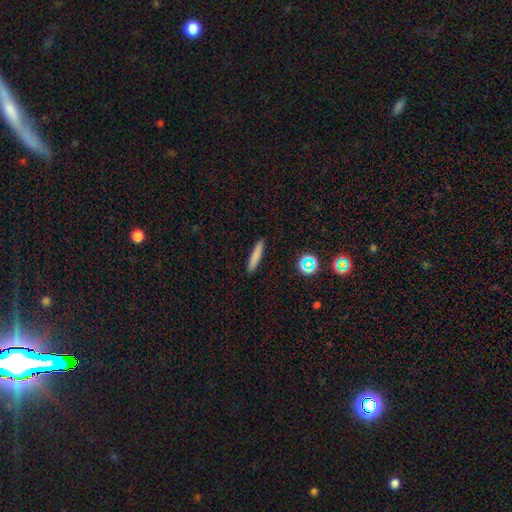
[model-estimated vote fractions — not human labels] smooth 79%, featured or disk 11%, star or artifact 9%. Down the decision tree: how rounded — cigar-shaped (91%); merging — none (90%).